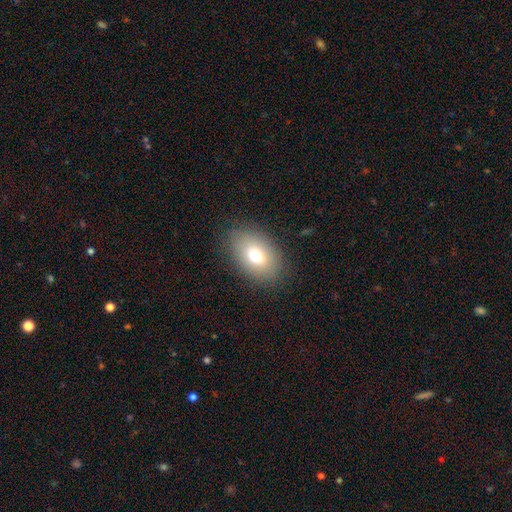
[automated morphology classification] Q: Smooth or featured?
A: smooth (74%); runner-up: featured or disk (15%)
Q: How rounded?
A: in between (83%); runner-up: round (16%)
Q: Merging?
A: none (85%); runner-up: minor disturbance (10%)